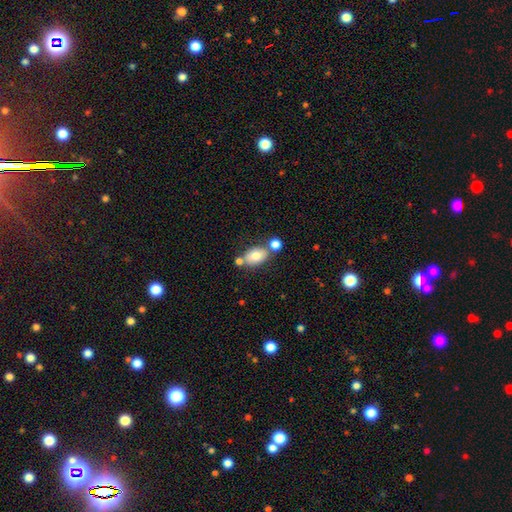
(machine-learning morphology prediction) type=smooth (73%); roundness=in between (82%); merging=none (58%).